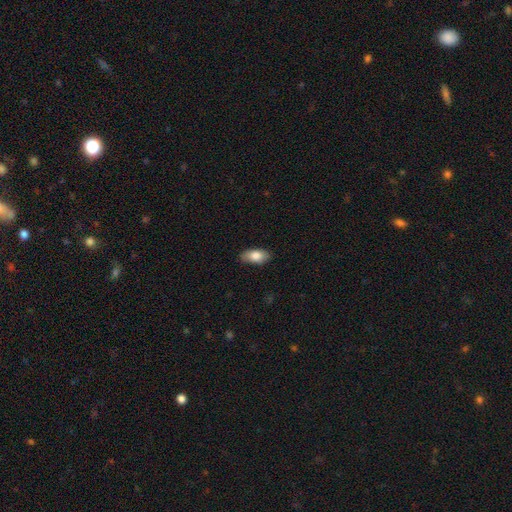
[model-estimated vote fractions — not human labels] A smooth galaxy with no disk features (84%) that is in between round and cigar-shaped (90%). Merging: none (83%).